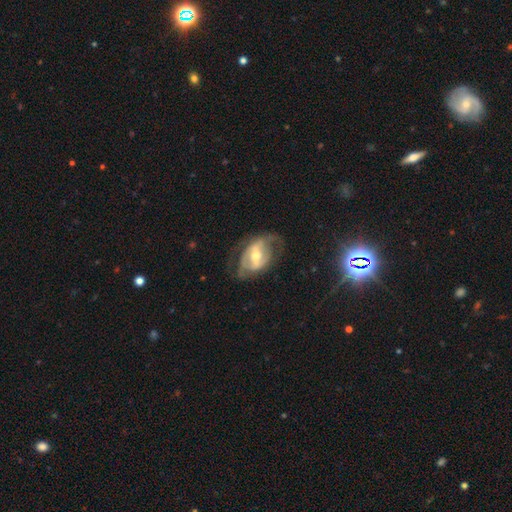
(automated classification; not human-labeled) A featured or disk galaxy (73%) with a strong bar (42%), spiral arms (65%) and a moderate central bulge (65%).

Vote fractions:
- Smooth or featured? featured or disk: 73% / smooth: 21% / star or artifact: 6%
- Edge-on disk? no: 94% / yes: 6%
- Bar? strong: 42% / weak: 37% / no: 21%
- Spiral arms? yes: 65% / no: 35%
- Bulge size? moderate: 65% / small: 27% / large: 6% / none: 1% / dominant: 1%
- Merging? none: 57% / minor disturbance: 22% / major disturbance: 20% / merger: 2%